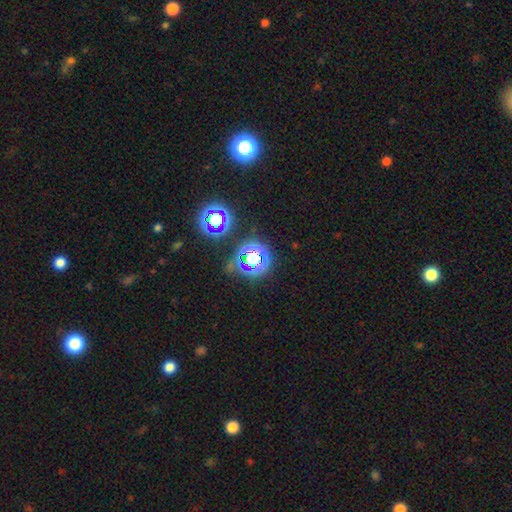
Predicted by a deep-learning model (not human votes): Smooth or featured?
  - star or artifact: 73% *
  - smooth: 18%
  - featured or disk: 9%